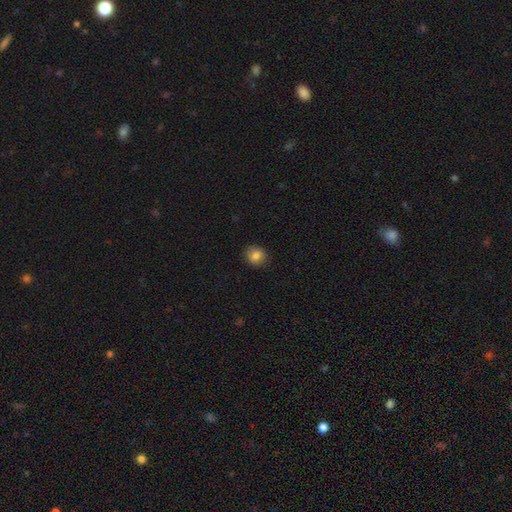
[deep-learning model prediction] Smooth or featured: smooth — 84% (star or artifact — 10%)
How rounded: round — 77% (in between — 22%)
Merging: none — 88% (minor disturbance — 9%)